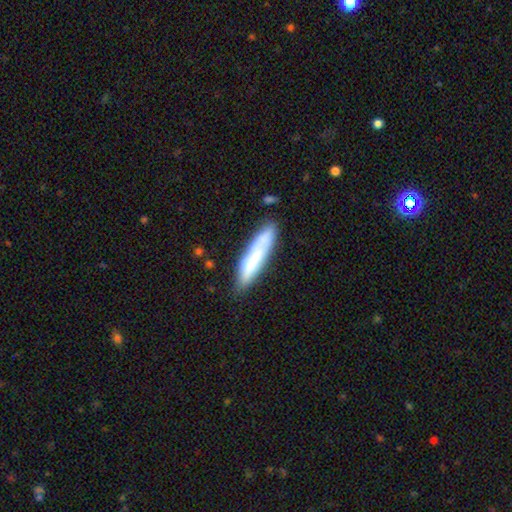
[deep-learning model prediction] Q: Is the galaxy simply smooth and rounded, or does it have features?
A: smooth — 66%.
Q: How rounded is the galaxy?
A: cigar-shaped — 78%.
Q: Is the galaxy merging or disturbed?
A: none — 70%.